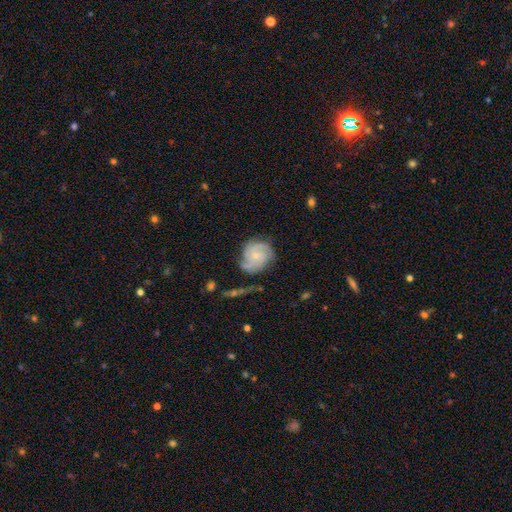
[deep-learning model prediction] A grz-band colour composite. It shows a featured or disk galaxy (74%) with no bar (70%), 3 (39%) tight (47%) spiral arms (94%) and a small central bulge (68%). Merging: none (63%).